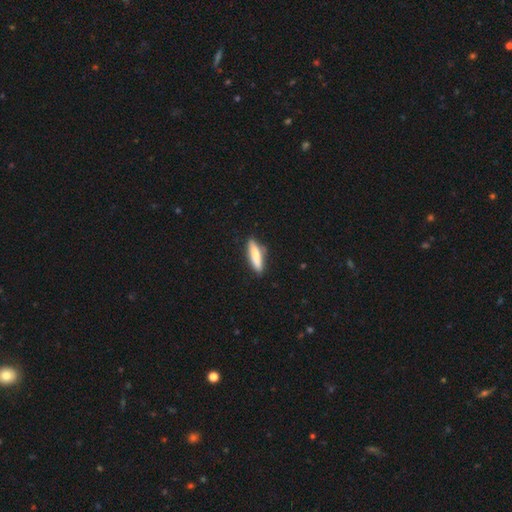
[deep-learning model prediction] Smooth or featured?
  - smooth: 77% *
  - featured or disk: 18%
  - star or artifact: 6%
How rounded?
  - cigar-shaped: 76% *
  - in between: 23%
  - round: 2%
Merging?
  - none: 84% *
  - minor disturbance: 12%
  - major disturbance: 2%
  - merger: 2%